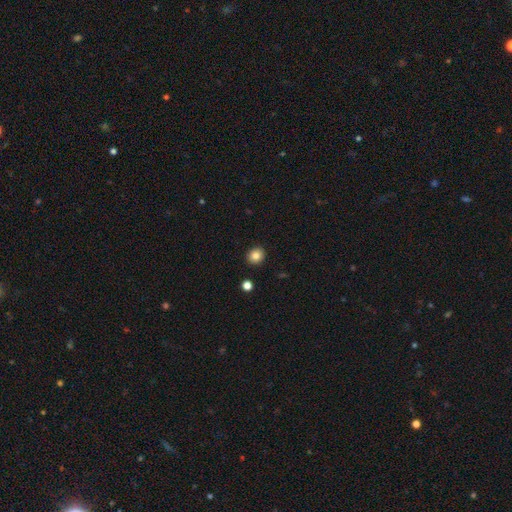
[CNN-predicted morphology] The model was most divided on "how rounded": round: 82%, in between: 17%, cigar-shaped: 1%. More confident: merging — none (91%); smooth or featured — smooth (84%).